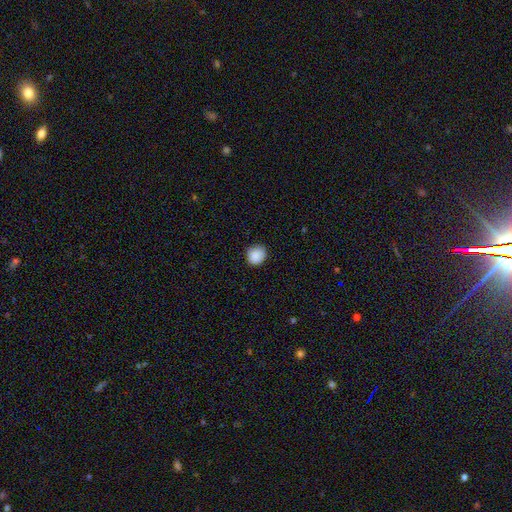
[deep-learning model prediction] Smooth or featured?
  - smooth: 88% *
  - star or artifact: 9%
  - featured or disk: 3%
How rounded?
  - round: 82% *
  - in between: 17%
  - cigar-shaped: 1%
Merging?
  - none: 84% *
  - minor disturbance: 13%
  - major disturbance: 2%
  - merger: 1%